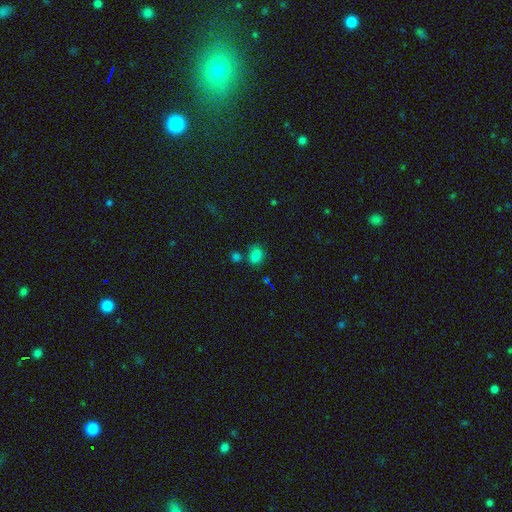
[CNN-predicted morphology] The model was most divided on "how rounded": in between: 64%, round: 35%, cigar-shaped: 2%. More confident: smooth or featured — smooth (70%); merging — none (58%).